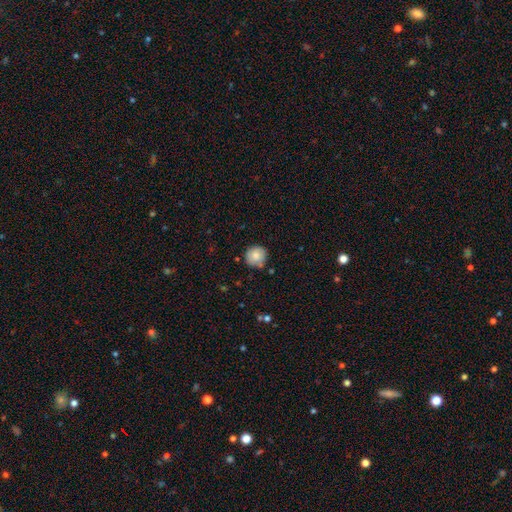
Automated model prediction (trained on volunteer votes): The model was most divided on "merging": none: 77%, minor disturbance: 16%, merger: 4%, major disturbance: 3%. More confident: how rounded — round (92%); smooth or featured — smooth (81%).